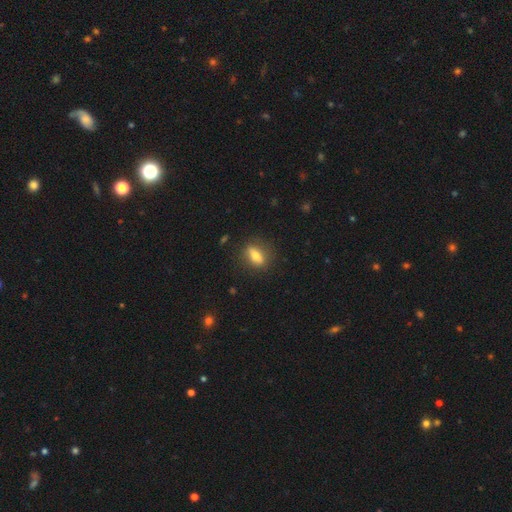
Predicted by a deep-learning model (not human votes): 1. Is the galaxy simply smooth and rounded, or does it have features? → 68% smooth, 23% featured or disk, 9% star or artifact.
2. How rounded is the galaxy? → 69% in between, 17% cigar-shaped, 14% round.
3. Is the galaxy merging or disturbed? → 83% none, 12% minor disturbance, 4% major disturbance, 1% merger.